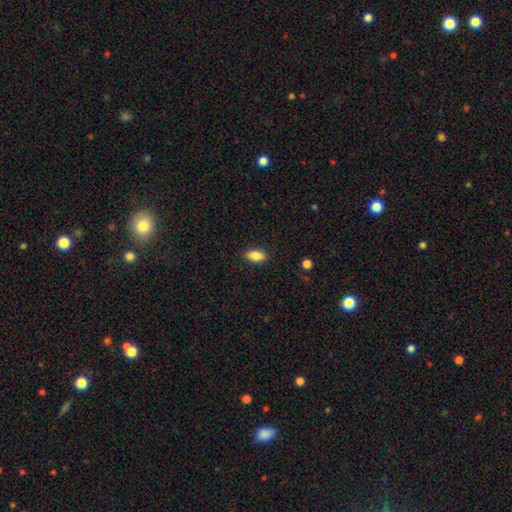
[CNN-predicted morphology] Smooth or featured?
  - smooth: 86% *
  - star or artifact: 7%
  - featured or disk: 7%
How rounded?
  - in between: 88% *
  - cigar-shaped: 9%
  - round: 3%
Merging?
  - none: 88% *
  - minor disturbance: 9%
  - major disturbance: 2%
  - merger: 1%